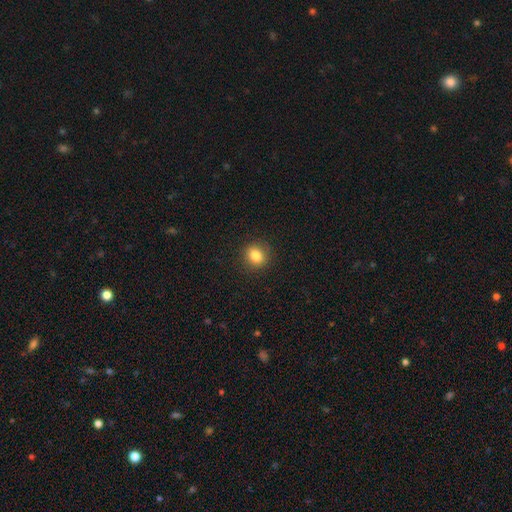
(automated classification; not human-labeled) Q: Smooth or featured?
A: smooth (84%); runner-up: star or artifact (11%)
Q: How rounded?
A: round (73%); runner-up: in between (26%)
Q: Merging?
A: none (90%); runner-up: minor disturbance (7%)